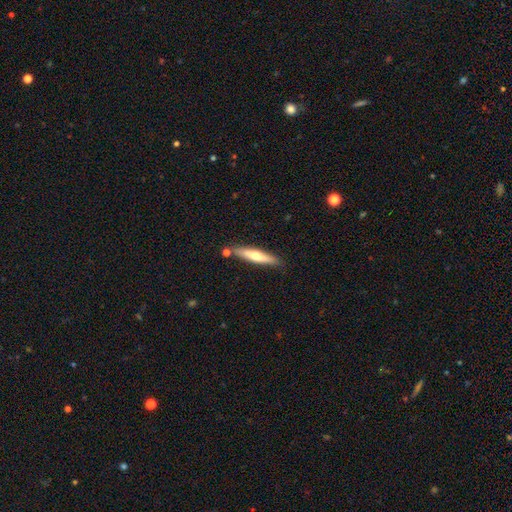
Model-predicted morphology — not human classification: Smooth or featured?
  - smooth: 49% *
  - featured or disk: 46%
  - star or artifact: 5%
Merging?
  - none: 80% *
  - minor disturbance: 11%
  - merger: 6%
  - major disturbance: 2%